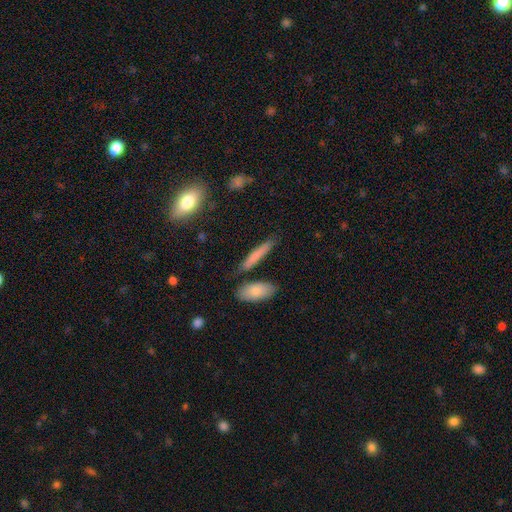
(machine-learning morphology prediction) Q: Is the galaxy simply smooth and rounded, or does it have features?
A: smooth — 73%.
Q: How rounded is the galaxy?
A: cigar-shaped — 85%.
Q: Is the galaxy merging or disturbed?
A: none — 81%.